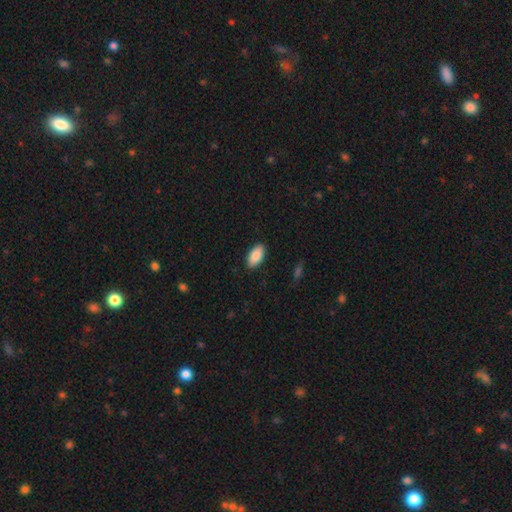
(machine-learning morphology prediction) smooth-or-featured: smooth: 88% | featured or disk: 6% | star or artifact: 6%
  how-rounded: in between: 94% | cigar-shaped: 4% | round: 2%
  merging: none: 89% | minor disturbance: 8% | major disturbance: 2% | merger: 1%